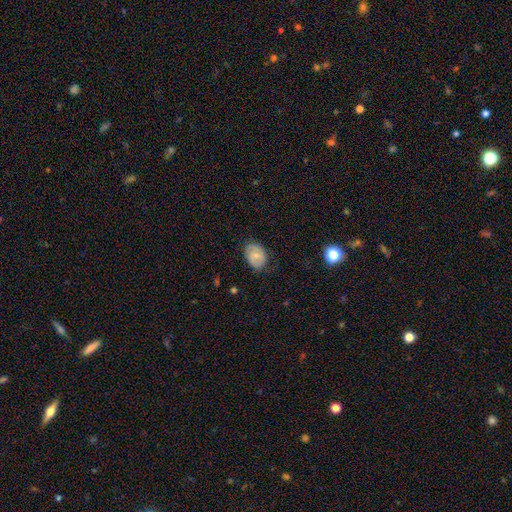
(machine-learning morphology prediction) smooth-or-featured: smooth: 60% | featured or disk: 32% | star or artifact: 8%
  how-rounded: in between: 67% | round: 32% | cigar-shaped: 1%
  merging: none: 73% | minor disturbance: 21% | major disturbance: 5% | merger: 1%